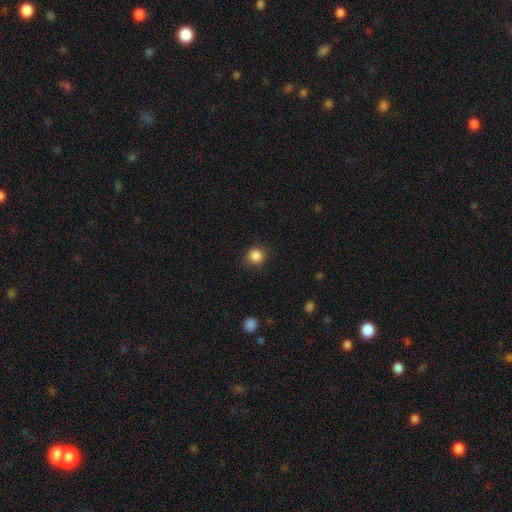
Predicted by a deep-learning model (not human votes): smooth-or-featured: smooth: 87% | star or artifact: 10% | featured or disk: 3%
  how-rounded: round: 92% | in between: 7% | cigar-shaped: 1%
  merging: none: 89% | minor disturbance: 7% | major disturbance: 3% | merger: 1%